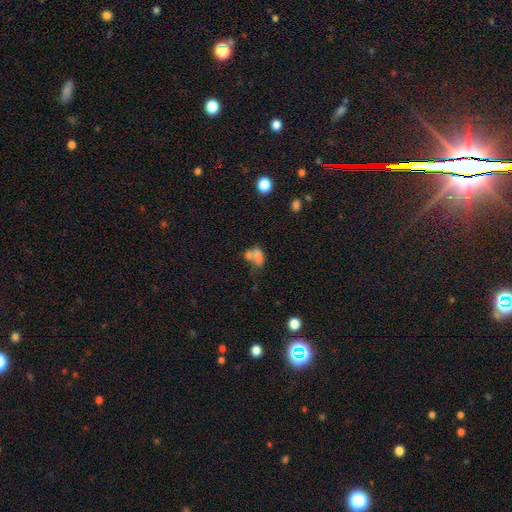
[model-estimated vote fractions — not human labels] Smooth or featured? Predicted: smooth (p=0.71). How rounded? Predicted: in between (p=0.77). Merging? Predicted: merger (p=0.53).